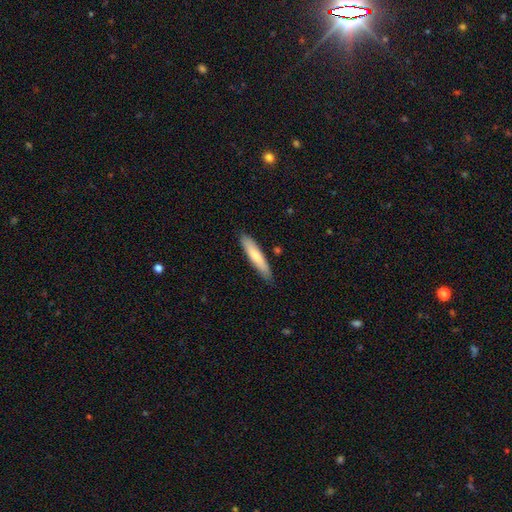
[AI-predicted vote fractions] A smooth galaxy with no disk features (71%) that is cigar-shaped (85%).

Vote fractions:
- Smooth or featured? smooth: 71% / featured or disk: 23% / star or artifact: 5%
- How rounded? cigar-shaped: 85% / in between: 14% / round: 1%
- Merging? none: 86% / minor disturbance: 11% / major disturbance: 2% / merger: 2%